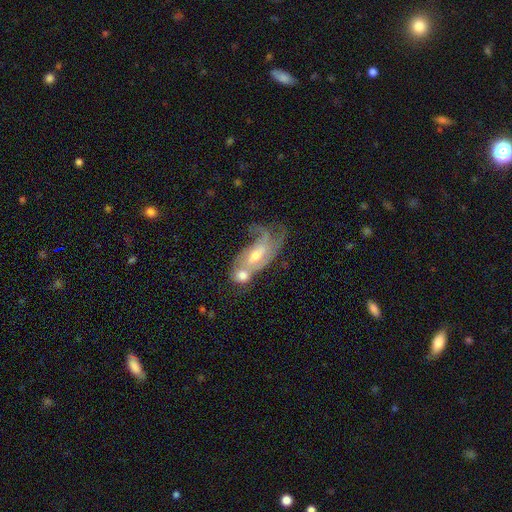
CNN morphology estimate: A featured or disk galaxy (66%) with no bar (49%), spiral arms (76%) and a moderate central bulge (59%). Merging: merger (53%).